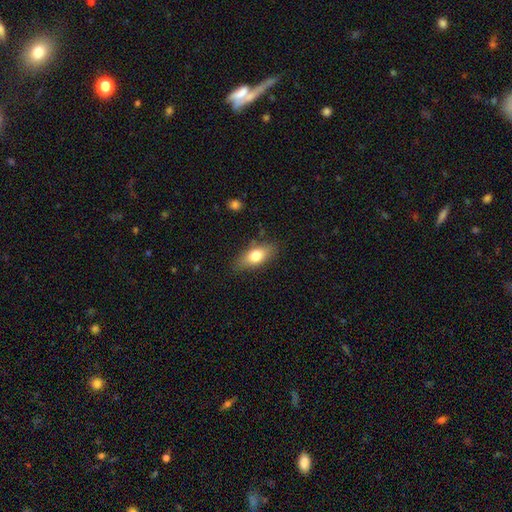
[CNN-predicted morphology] smooth-or-featured: smooth: 74% | featured or disk: 18% | star or artifact: 7%
  how-rounded: in between: 81% | cigar-shaped: 13% | round: 5%
  merging: none: 81% | minor disturbance: 15% | major disturbance: 3% | merger: 2%